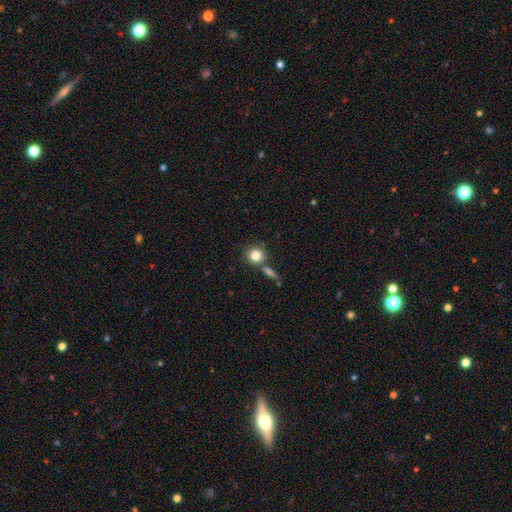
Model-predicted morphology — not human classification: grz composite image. It shows a smooth galaxy with no disk features (83%) that is round (90%). Merging: none (69%).